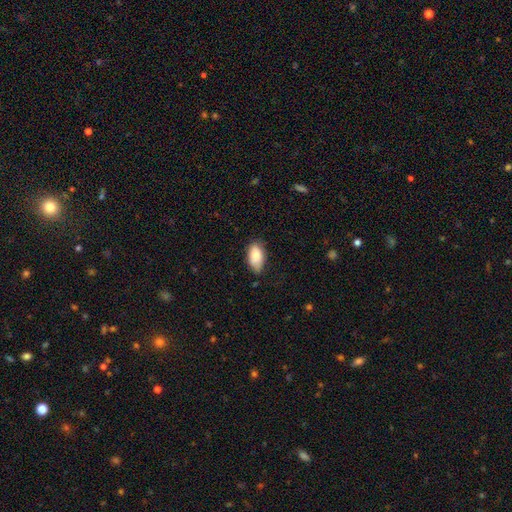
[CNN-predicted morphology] Overall: smooth (83%). How rounded: in between (94%). Merging: none (65%; minor disturbance 29%).